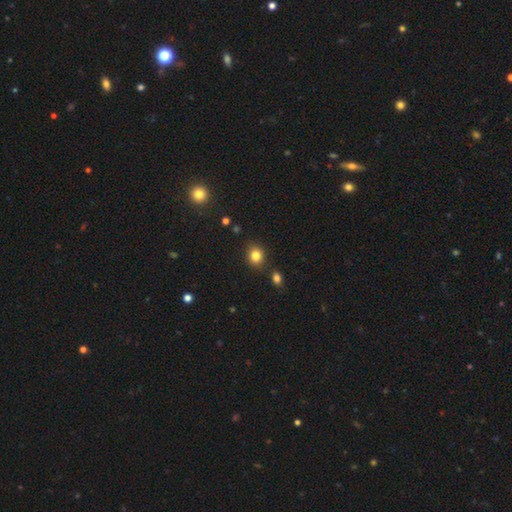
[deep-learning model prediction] Smooth or featured? Predicted: smooth (p=0.82). How rounded? Predicted: round (p=0.77). Merging? Predicted: none (p=0.84).